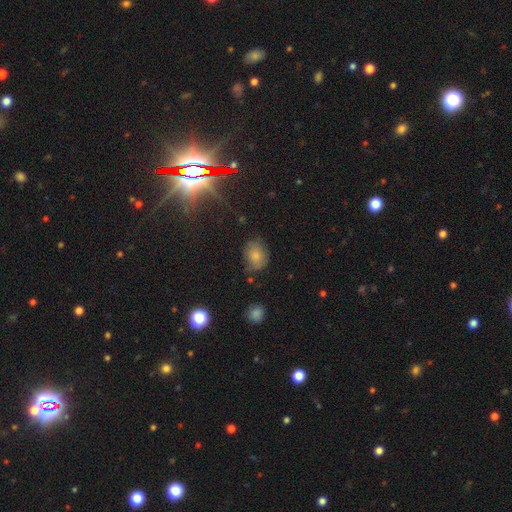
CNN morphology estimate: smooth 77%, featured or disk 12%, star or artifact 11%. Down the decision tree: how rounded — round (53%); merging — none (59%).